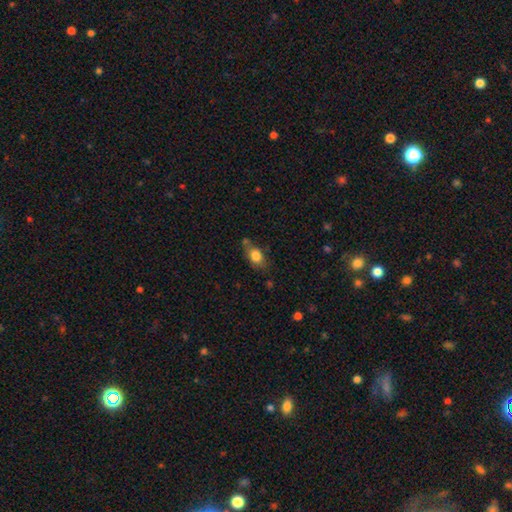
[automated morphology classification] A smooth galaxy with no disk features (81%) that is in between round and cigar-shaped (76%). Merging: none (54%).